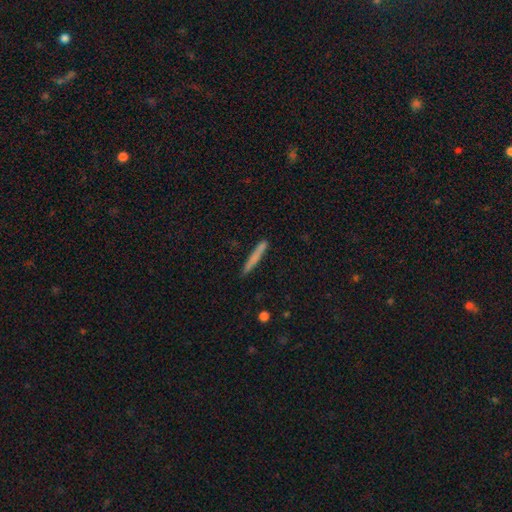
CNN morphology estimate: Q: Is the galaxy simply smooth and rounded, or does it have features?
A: smooth — 72%.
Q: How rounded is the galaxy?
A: cigar-shaped — 97%.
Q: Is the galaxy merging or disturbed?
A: none — 88%.